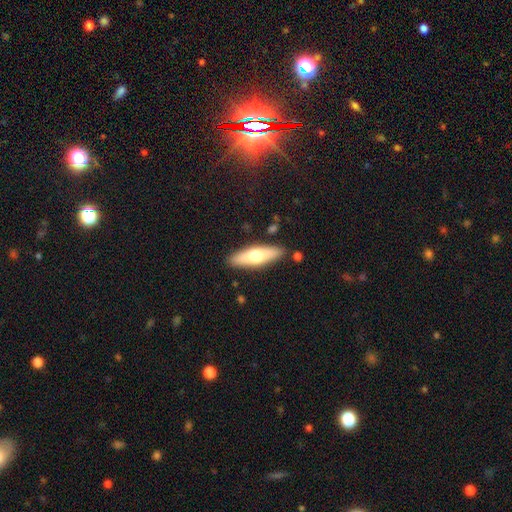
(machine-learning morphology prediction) This appears to be a smooth galaxy with no disk features (61%) that is cigar-shaped (57%). Merging: none (86%).